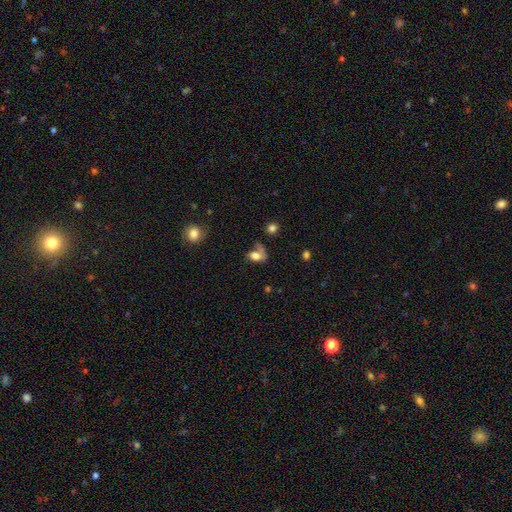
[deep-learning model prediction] Morphology: type=smooth (63%); roundness=in between (77%); merging=major disturbance (34%).